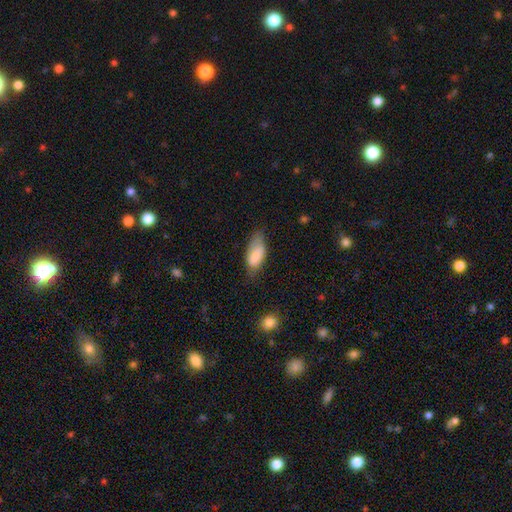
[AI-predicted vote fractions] Smooth or featured? smooth (82%)
How rounded? in between (86%)
Merging? none (51%)